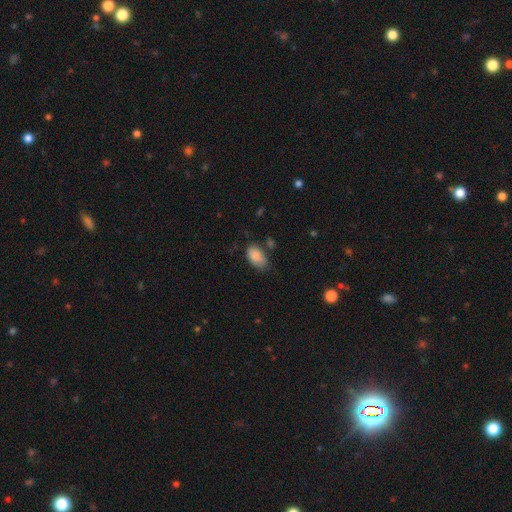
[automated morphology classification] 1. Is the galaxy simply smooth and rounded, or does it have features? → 87% smooth, 7% star or artifact, 6% featured or disk.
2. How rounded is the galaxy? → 92% in between, 6% round, 2% cigar-shaped.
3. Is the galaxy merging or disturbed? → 57% none, 31% minor disturbance, 7% major disturbance, 4% merger.